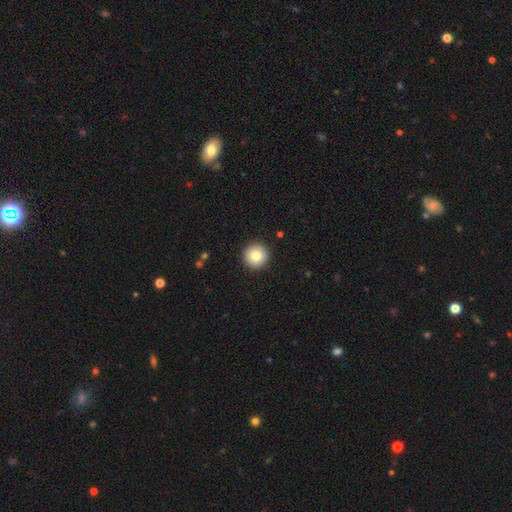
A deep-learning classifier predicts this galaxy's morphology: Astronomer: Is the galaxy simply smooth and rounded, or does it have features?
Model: smooth — 83%.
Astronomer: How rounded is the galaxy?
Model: round — 96%.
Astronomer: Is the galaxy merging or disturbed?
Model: none — 93%.